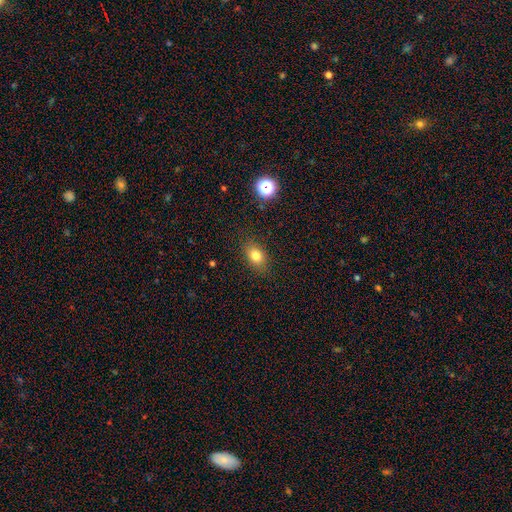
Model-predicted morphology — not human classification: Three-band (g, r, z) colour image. It shows a smooth galaxy with no disk features (78%) that is in between round and cigar-shaped (75%). Merging: none (85%).